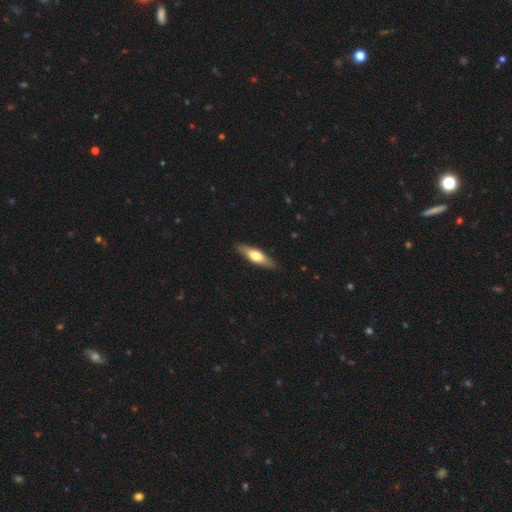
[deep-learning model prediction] Q: Smooth or featured?
A: smooth (52%); runner-up: featured or disk (43%)
Q: How rounded?
A: cigar-shaped (63%); runner-up: in between (35%)
Q: Merging?
A: none (88%); runner-up: minor disturbance (9%)